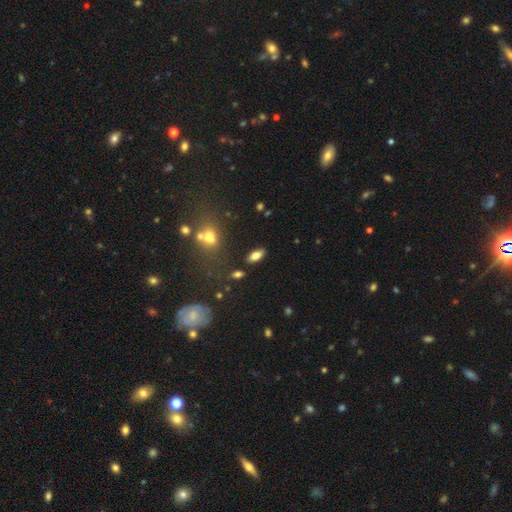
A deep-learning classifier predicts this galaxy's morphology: Smooth or featured: smooth — 78% (featured or disk — 13%)
How rounded: in between — 85% (cigar-shaped — 11%)
Merging: none — 83% (minor disturbance — 10%)